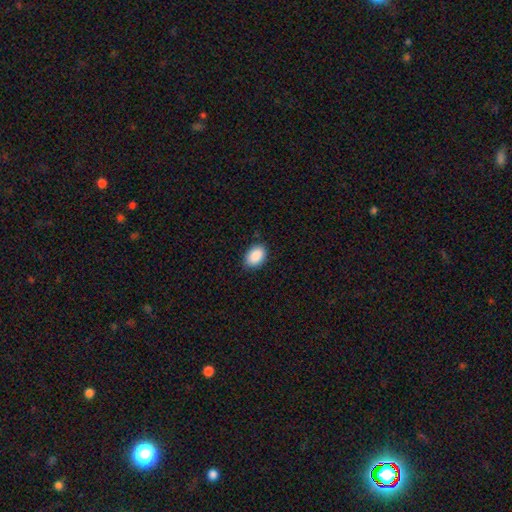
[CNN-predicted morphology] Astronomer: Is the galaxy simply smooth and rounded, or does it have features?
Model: smooth — 90%.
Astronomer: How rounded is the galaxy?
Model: in between — 86%.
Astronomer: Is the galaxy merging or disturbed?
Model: none — 85%.